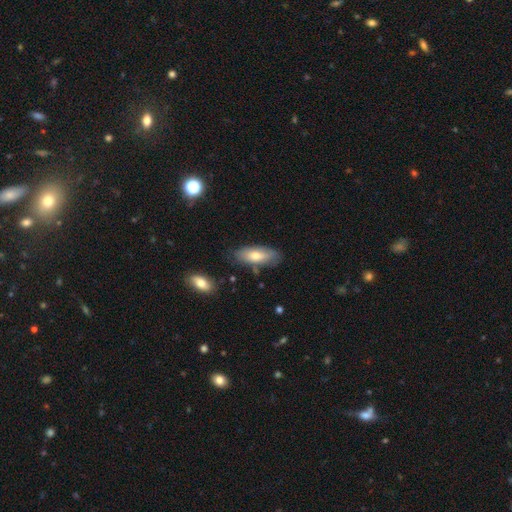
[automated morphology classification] Q: Smooth or featured?
A: smooth (71%); runner-up: featured or disk (23%)
Q: How rounded?
A: in between (78%); runner-up: cigar-shaped (19%)
Q: Merging?
A: none (77%); runner-up: minor disturbance (17%)